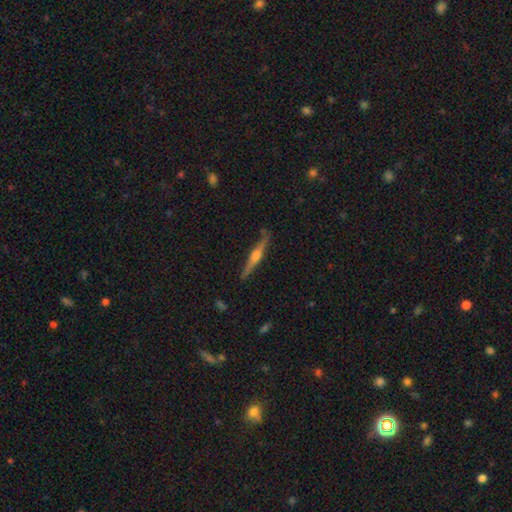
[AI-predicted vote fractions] Smooth or featured? featured or disk (79%)
Edge-on disk? yes (98%)
Edge-on bulge? rounded (87%)
Merging? none (89%)